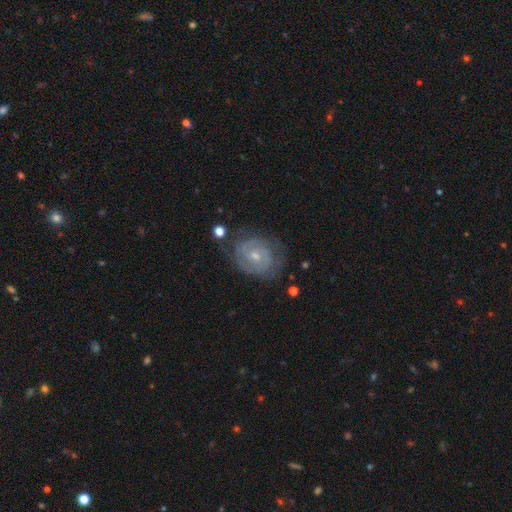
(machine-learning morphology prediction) This appears to be a featured or disk galaxy (78%) with no bar (57%), 2 (48%) tight (66%) spiral arms (88%) and a small central bulge (62%). Merging: none (68%).